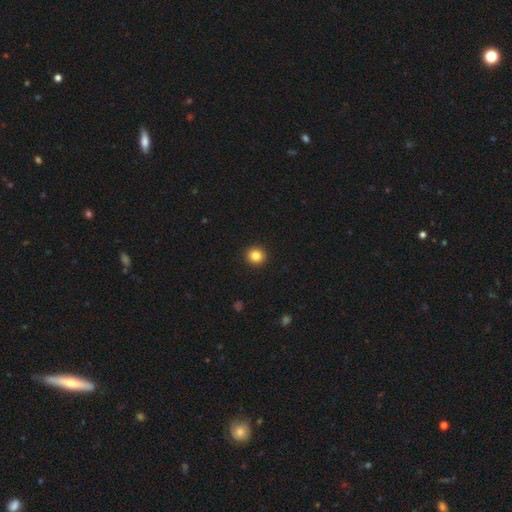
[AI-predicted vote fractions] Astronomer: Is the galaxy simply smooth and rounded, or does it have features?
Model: smooth — 84%.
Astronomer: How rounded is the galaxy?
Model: round — 93%.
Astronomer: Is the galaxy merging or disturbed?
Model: none — 93%.